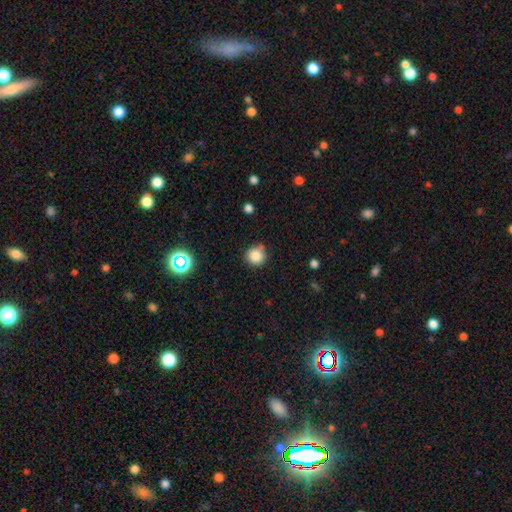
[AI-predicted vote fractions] A smooth galaxy with no disk features (84%) that is round (93%). Merging: none (78%).